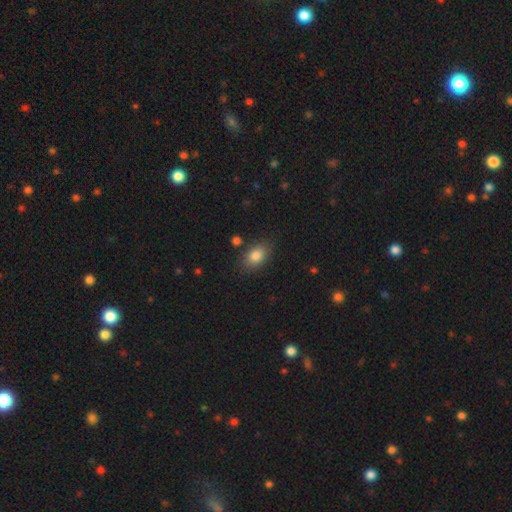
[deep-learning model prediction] A smooth galaxy with no disk features (84%) that is in between round and cigar-shaped (84%).

Vote fractions:
- Smooth or featured? smooth: 84% / star or artifact: 9% / featured or disk: 7%
- How rounded? in between: 84% / round: 14% / cigar-shaped: 2%
- Merging? none: 81% / minor disturbance: 13% / major disturbance: 3% / merger: 3%